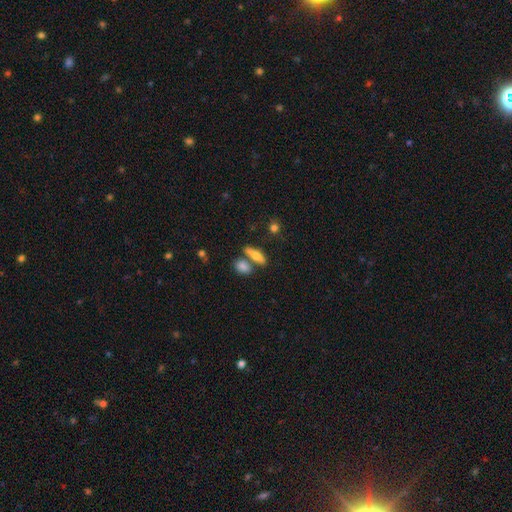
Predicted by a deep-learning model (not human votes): Smooth or featured?
  - smooth: 65% *
  - featured or disk: 27%
  - star or artifact: 8%
How rounded?
  - in between: 55% *
  - cigar-shaped: 39%
  - round: 7%
Merging?
  - none: 58% *
  - merger: 26%
  - minor disturbance: 12%
  - major disturbance: 4%